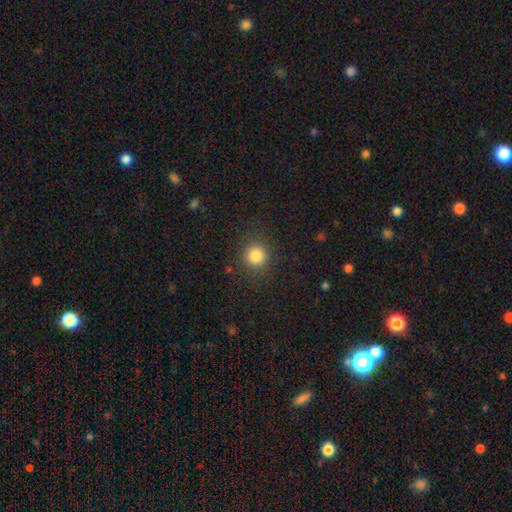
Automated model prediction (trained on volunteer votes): Smooth or featured?
  - smooth: 83% *
  - star or artifact: 12%
  - featured or disk: 5%
How rounded?
  - round: 92% *
  - in between: 7%
  - cigar-shaped: 1%
Merging?
  - none: 88% *
  - minor disturbance: 7%
  - major disturbance: 3%
  - merger: 1%